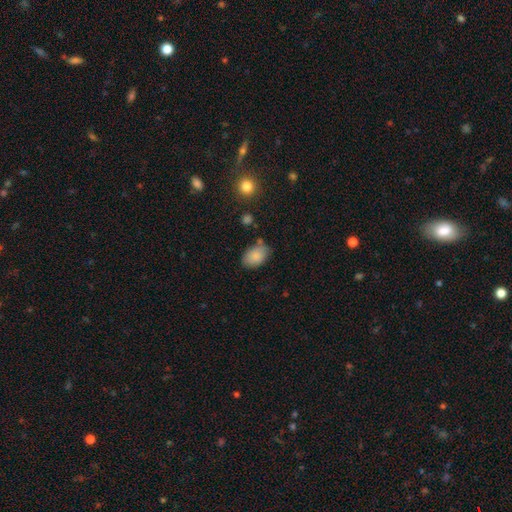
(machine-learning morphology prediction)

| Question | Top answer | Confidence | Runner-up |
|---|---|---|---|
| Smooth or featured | smooth | 87% | star or artifact (8%) |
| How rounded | in between | 88% | round (10%) |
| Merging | none | 72% | minor disturbance (19%) |